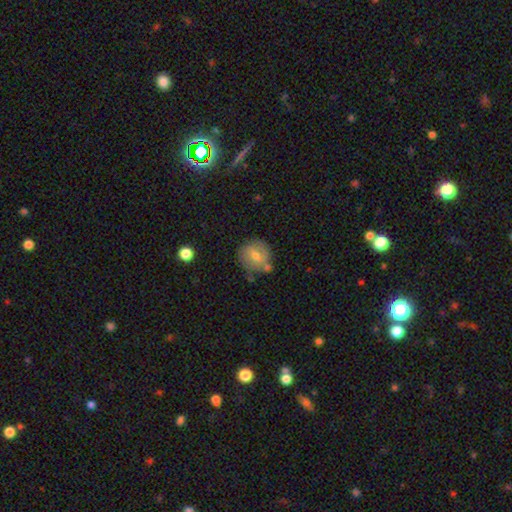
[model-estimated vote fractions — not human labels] Smooth or featured? smooth (59%)
How rounded? round (85%)
Merging? none (69%)